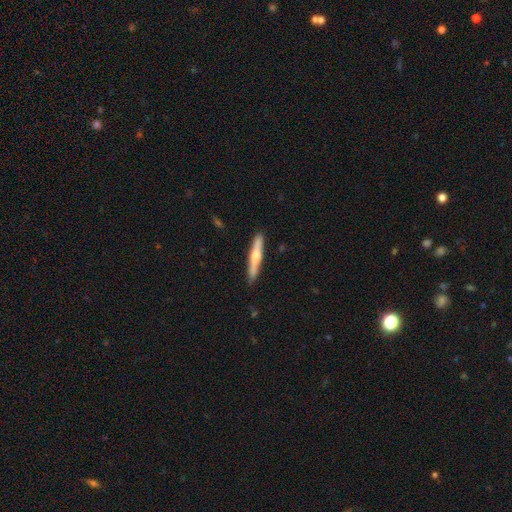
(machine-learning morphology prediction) smooth-or-featured: smooth: 48% | featured or disk: 46% | star or artifact: 5%
  merging: none: 89% | minor disturbance: 8% | major disturbance: 2% | merger: 1%